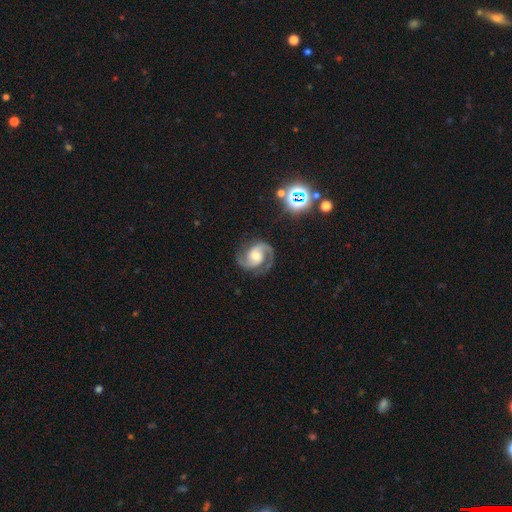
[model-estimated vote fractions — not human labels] A featured or disk galaxy (90%) with no bar (53%), 2 (93%) medium (60%) spiral arms (98%) and a moderate central bulge (59%). Merging: none (81%).